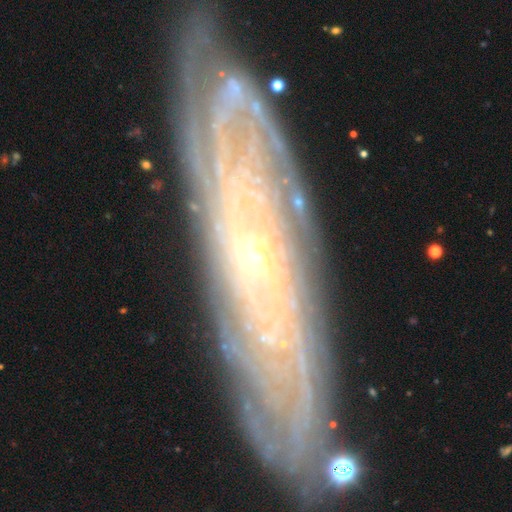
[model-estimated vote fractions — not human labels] Morphology: type=featured or disk (82%); edge-on=no (69%); bar=no (73%); spiral arms=yes (94%); winding=tight (83%); arm count=can't tell (53%); bulge=small (82%); merging=none (86%).